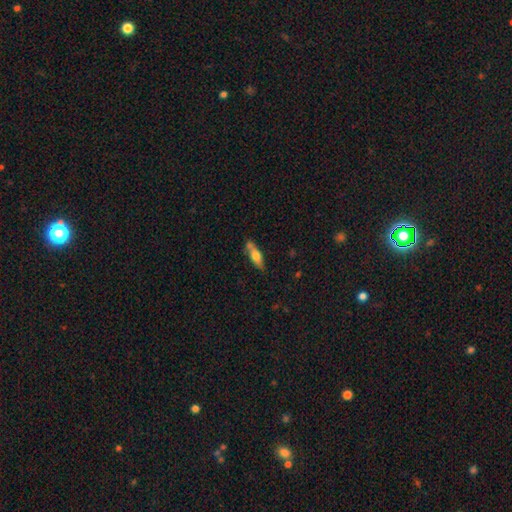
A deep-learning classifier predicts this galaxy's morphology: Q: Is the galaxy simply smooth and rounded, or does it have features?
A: smooth — 56%.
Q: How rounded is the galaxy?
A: cigar-shaped — 54%.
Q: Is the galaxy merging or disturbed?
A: none — 63%.